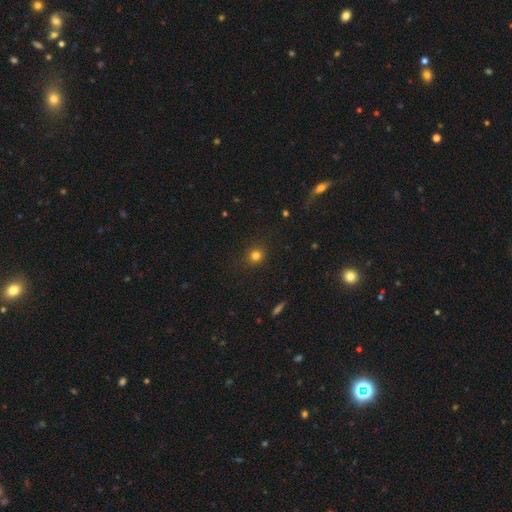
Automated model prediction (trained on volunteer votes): smooth_or_featured: smooth (p=0.79) [alt: star or artifact p=0.15]
how_rounded: round (p=0.87) [alt: in between p=0.12]
merging: none (p=0.88) [alt: minor disturbance p=0.08]